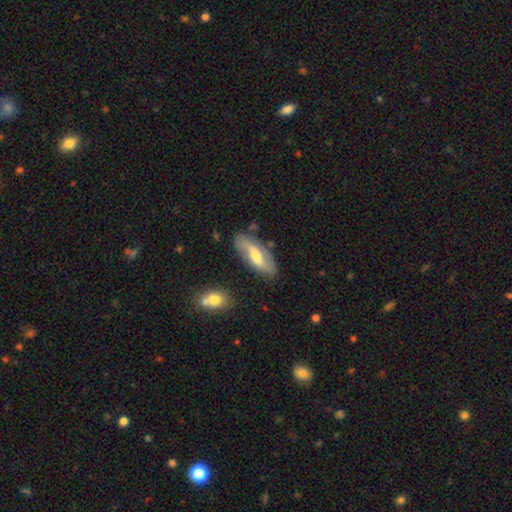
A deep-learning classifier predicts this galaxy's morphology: type=featured or disk (61%); edge-on=no (84%); bar=weak (48%); spiral arms=yes (85%); bulge=moderate (58%); merging=none (79%).